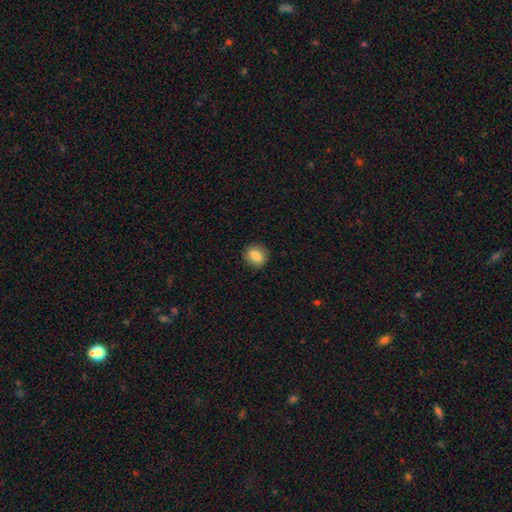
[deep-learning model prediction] Overall: smooth (81%). How rounded: round (75%). Merging: none (90%).